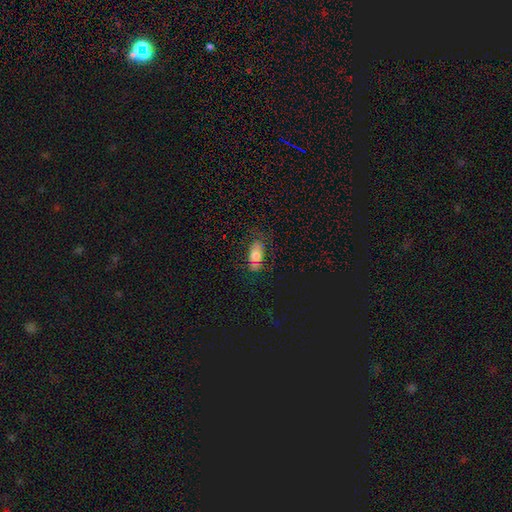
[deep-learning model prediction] A smooth galaxy with no disk features (69%) that is in between round and cigar-shaped (84%).

Vote fractions:
- Smooth or featured? smooth: 69% / featured or disk: 17% / star or artifact: 14%
- How rounded? in between: 84% / round: 10% / cigar-shaped: 5%
- Merging? none: 66% / minor disturbance: 21% / major disturbance: 9% / merger: 4%